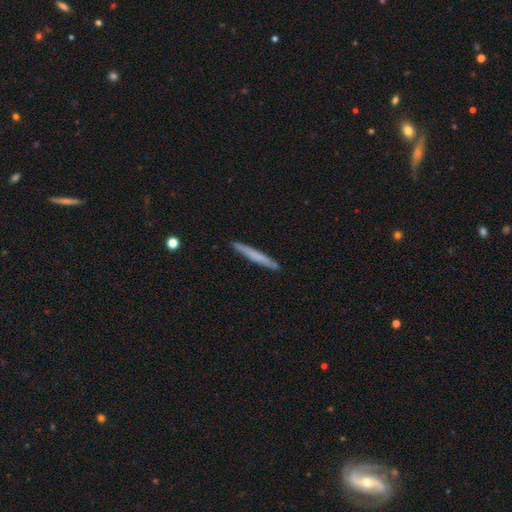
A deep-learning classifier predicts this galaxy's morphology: Smooth or featured?
  - smooth: 60% *
  - featured or disk: 34%
  - star or artifact: 6%
How rounded?
  - cigar-shaped: 97% *
  - in between: 2%
  - round: 1%
Merging?
  - none: 90% *
  - minor disturbance: 7%
  - major disturbance: 1%
  - merger: 1%